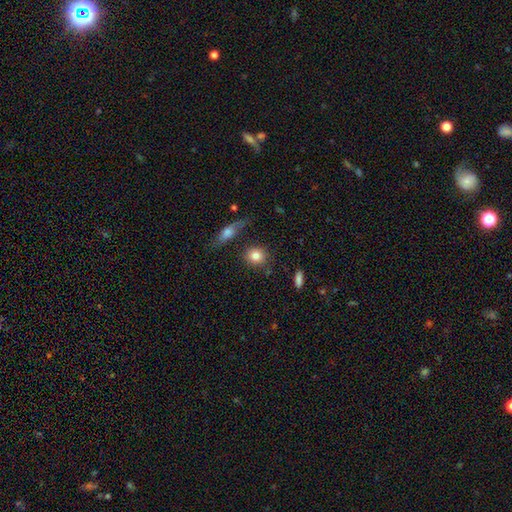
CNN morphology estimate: This appears to be a smooth galaxy with no disk features (83%) that is round (80%). Merging: none (80%).